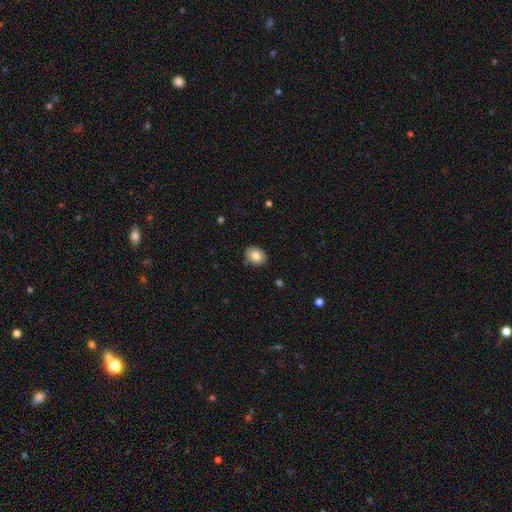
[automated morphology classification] smooth-or-featured: smooth: 81% | featured or disk: 11% | star or artifact: 8%
  how-rounded: in between: 63% | round: 36% | cigar-shaped: 1%
  merging: none: 83% | minor disturbance: 13% | major disturbance: 2% | merger: 1%